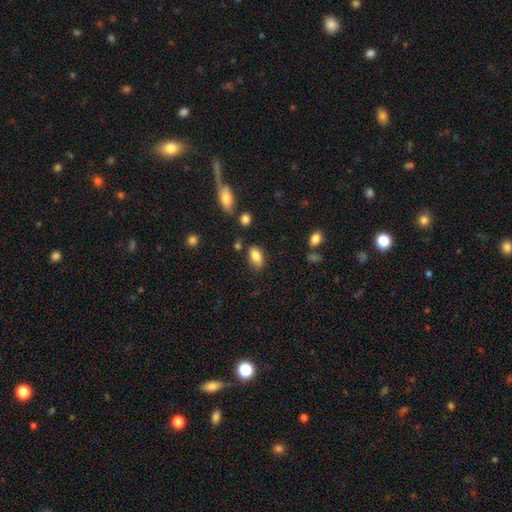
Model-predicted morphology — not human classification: type=smooth (84%); roundness=in between (90%); merging=none (73%).